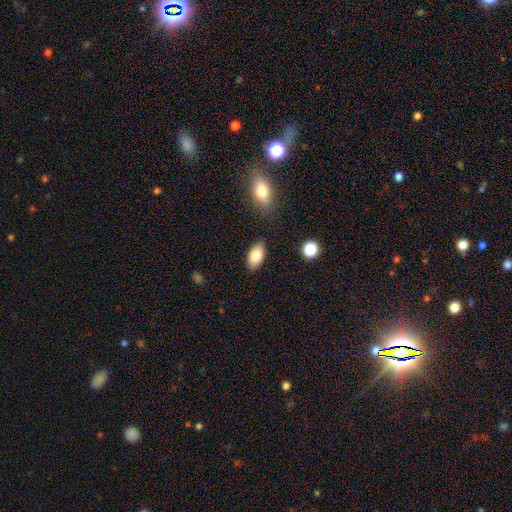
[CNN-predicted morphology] The model was most divided on "merging": none: 83%, minor disturbance: 12%, major disturbance: 3%, merger: 2%. More confident: how rounded — in between (93%); smooth or featured — smooth (84%).